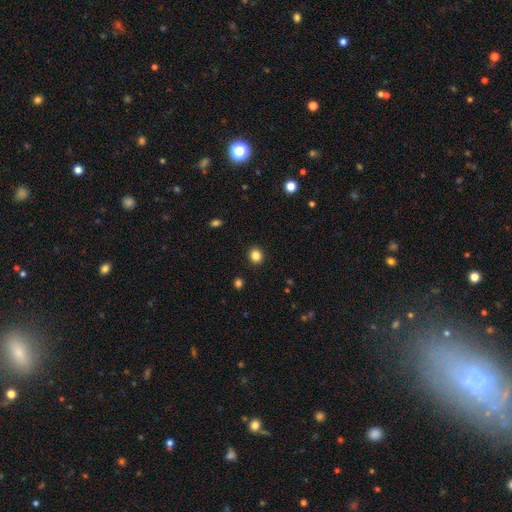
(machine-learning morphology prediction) type=smooth (85%); roundness=round (82%); merging=none (92%).